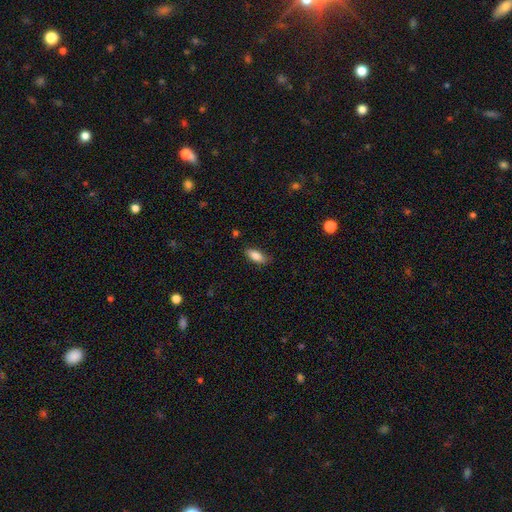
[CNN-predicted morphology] Q: Smooth or featured?
A: smooth (84%); runner-up: featured or disk (9%)
Q: How rounded?
A: in between (84%); runner-up: cigar-shaped (13%)
Q: Merging?
A: none (79%); runner-up: minor disturbance (17%)